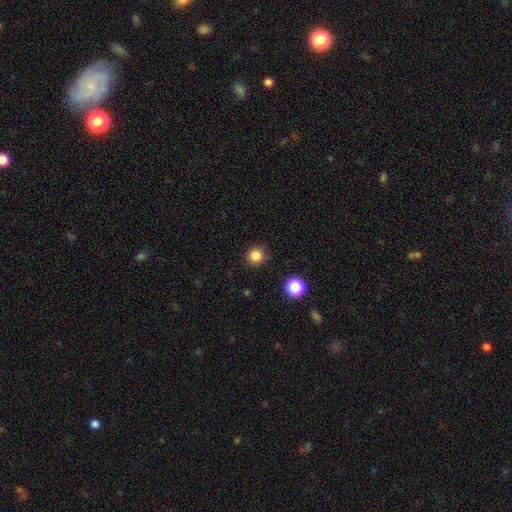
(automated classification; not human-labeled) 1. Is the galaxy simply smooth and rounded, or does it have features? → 84% smooth, 12% star or artifact, 4% featured or disk.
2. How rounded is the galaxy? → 93% round, 6% in between, 1% cigar-shaped.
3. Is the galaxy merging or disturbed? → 88% none, 8% minor disturbance, 2% major disturbance, 2% merger.